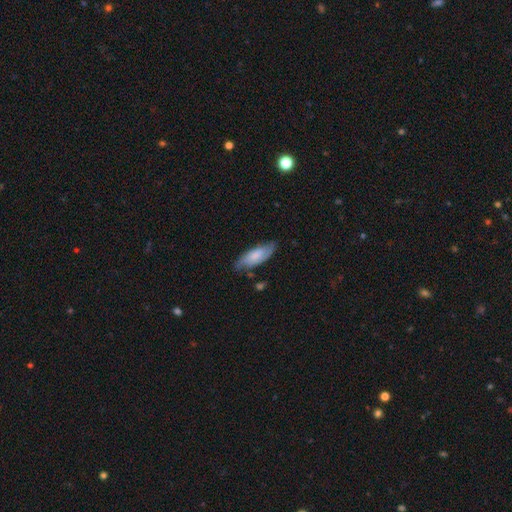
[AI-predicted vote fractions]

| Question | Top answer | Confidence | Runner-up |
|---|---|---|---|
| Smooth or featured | smooth | 59% | featured or disk (34%) |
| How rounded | in between | 68% | cigar-shaped (31%) |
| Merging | none | 70% | minor disturbance (22%) |